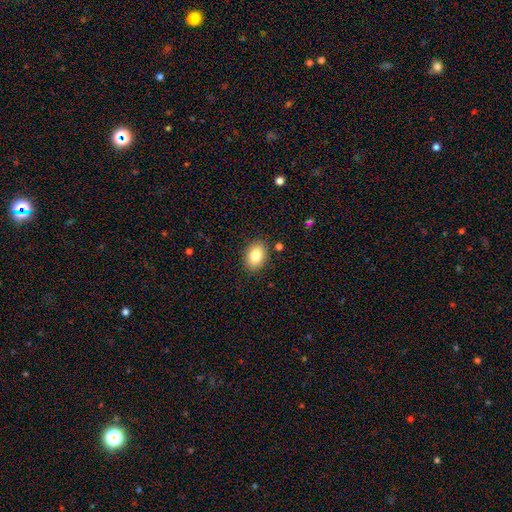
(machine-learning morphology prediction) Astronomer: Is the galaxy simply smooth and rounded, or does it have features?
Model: smooth — 83%.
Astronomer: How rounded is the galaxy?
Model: in between — 78%.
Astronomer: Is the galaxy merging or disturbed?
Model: none — 86%.